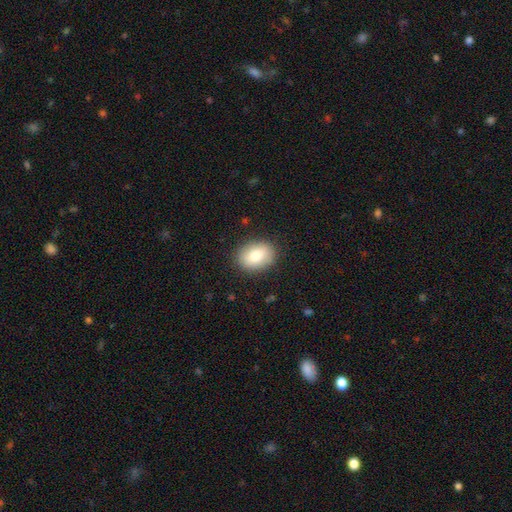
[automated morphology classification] Smooth or featured? smooth (79%)
How rounded? in between (68%)
Merging? none (87%)